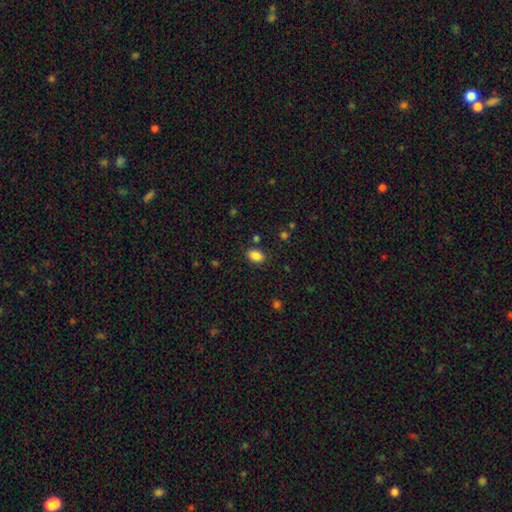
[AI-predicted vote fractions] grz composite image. It shows a smooth galaxy with no disk features (86%) that is in between round and cigar-shaped (81%). Merging: none (83%).